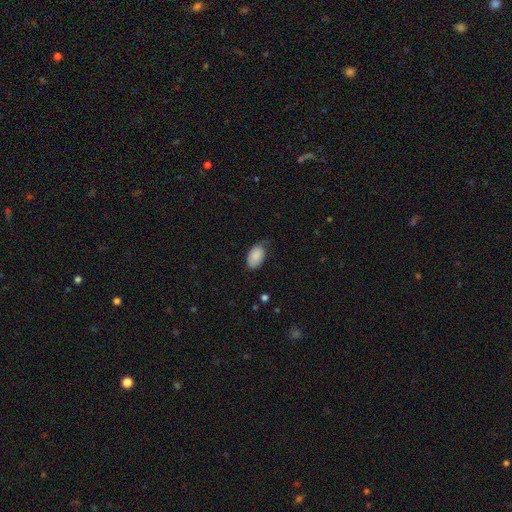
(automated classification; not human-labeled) Smooth or featured? smooth (84%)
How rounded? in between (94%)
Merging? none (50%)